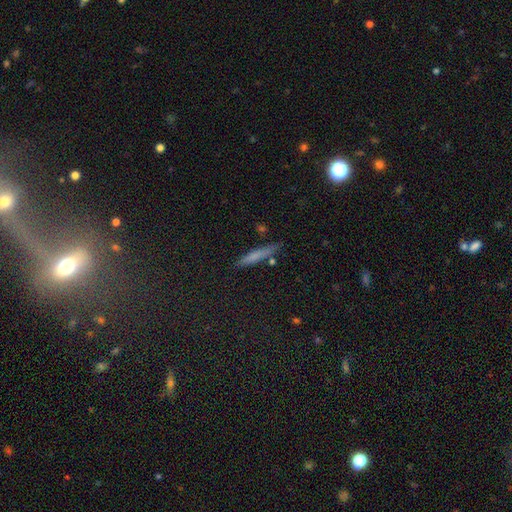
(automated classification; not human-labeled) smooth_or_featured: smooth (p=0.65) [alt: featured or disk p=0.23]
how_rounded: cigar-shaped (p=0.92) [alt: in between p=0.06]
merging: none (p=0.83) [alt: minor disturbance p=0.11]